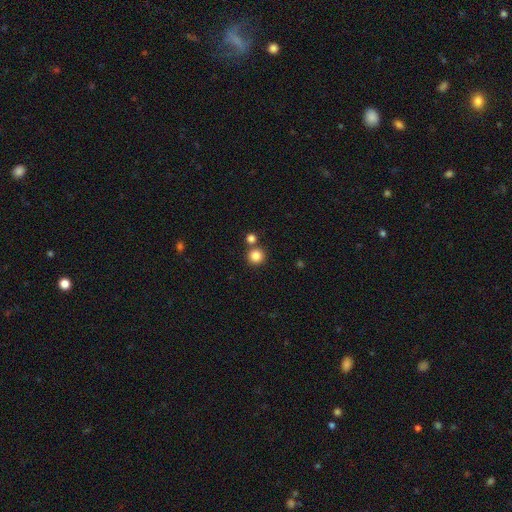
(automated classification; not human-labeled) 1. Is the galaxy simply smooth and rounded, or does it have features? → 84% smooth, 12% star or artifact, 5% featured or disk.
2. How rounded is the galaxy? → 94% round, 5% in between, 1% cigar-shaped.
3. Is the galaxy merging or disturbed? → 76% none, 15% merger, 6% minor disturbance, 2% major disturbance.